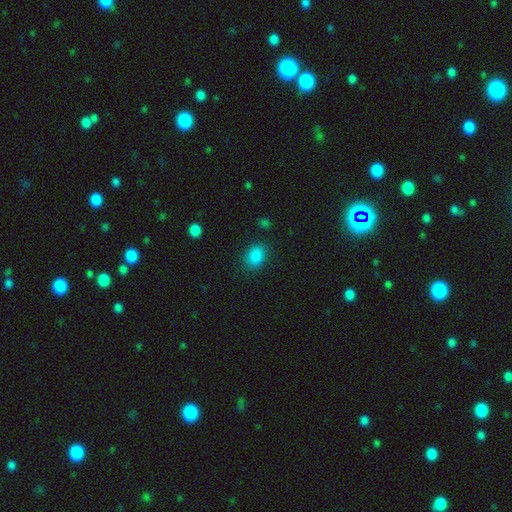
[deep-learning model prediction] The model was most divided on "how rounded": in between: 73%, round: 26%, cigar-shaped: 1%. More confident: smooth or featured — smooth (86%); merging — none (83%).